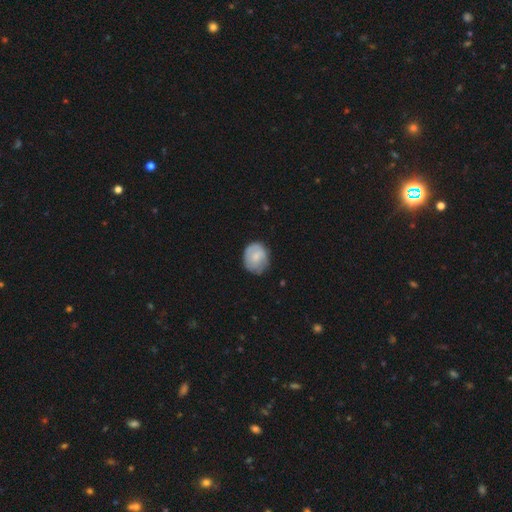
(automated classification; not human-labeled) Smooth or featured: smooth — 65% (featured or disk — 29%)
How rounded: round — 68% (in between — 31%)
Merging: none — 71% (minor disturbance — 23%)